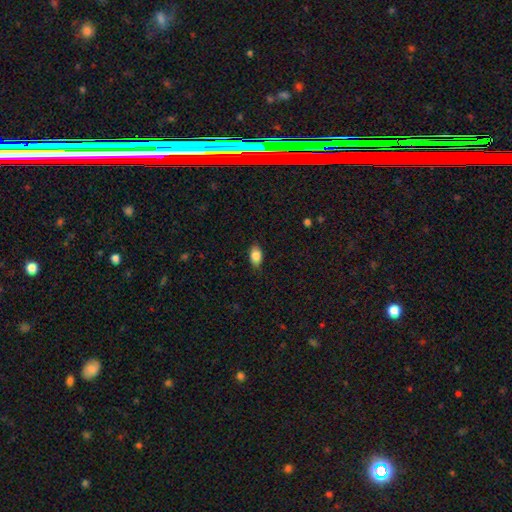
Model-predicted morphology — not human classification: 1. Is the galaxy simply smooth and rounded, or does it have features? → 85% smooth, 7% star or artifact, 7% featured or disk.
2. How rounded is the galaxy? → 90% in between, 8% round, 2% cigar-shaped.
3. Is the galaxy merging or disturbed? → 83% none, 13% minor disturbance, 3% major disturbance, 1% merger.